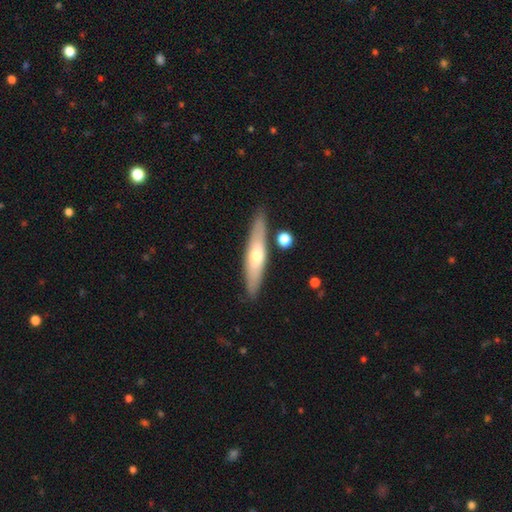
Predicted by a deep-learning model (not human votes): Q: Smooth or featured?
A: featured or disk (48%); runner-up: smooth (46%)
Q: Merging?
A: none (84%); runner-up: minor disturbance (10%)